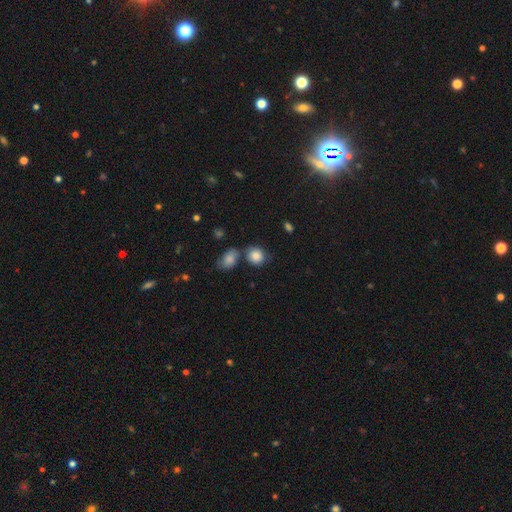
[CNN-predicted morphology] A smooth galaxy with no disk features (86%) that is round (70%).

Vote fractions:
- Smooth or featured? smooth: 86% / star or artifact: 8% / featured or disk: 6%
- How rounded? round: 70% / in between: 29% / cigar-shaped: 1%
- Merging? none: 59% / minor disturbance: 18% / merger: 18% / major disturbance: 5%